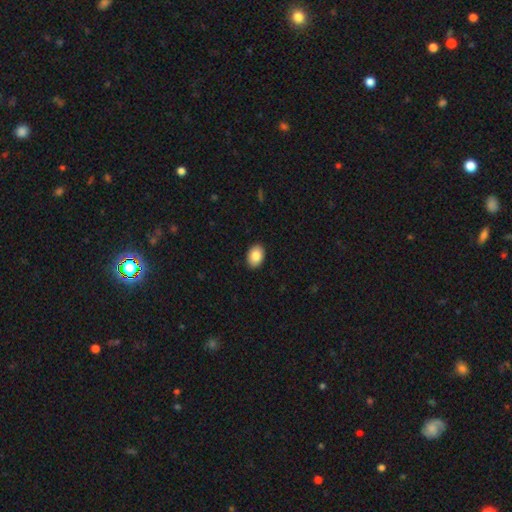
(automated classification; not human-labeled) Overall: smooth (87%). How rounded: in between (83%). Merging: none (91%).